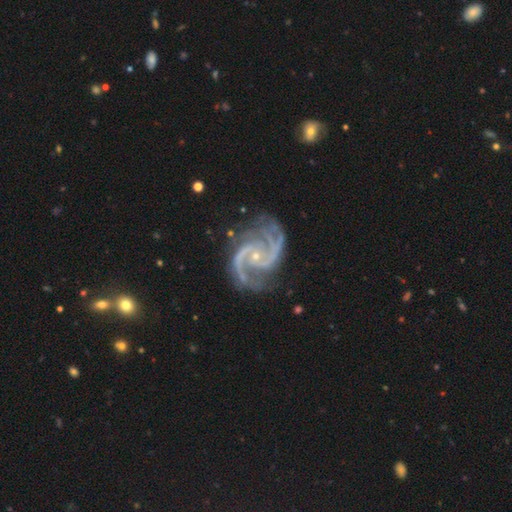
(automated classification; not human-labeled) Smooth or featured: featured or disk — 94% (star or artifact — 4%)
Edge-on disk: no — 98% (yes — 2%)
Bar: no — 60% (weak — 29%)
Spiral arms: yes — 99% (no — 1%)
Spiral winding: medium — 61% (tight — 23%)
Spiral arm count: 2 — 78% (3 — 10%)
Bulge size: small — 83% (moderate — 13%)
Merging: none — 68% (minor disturbance — 20%)